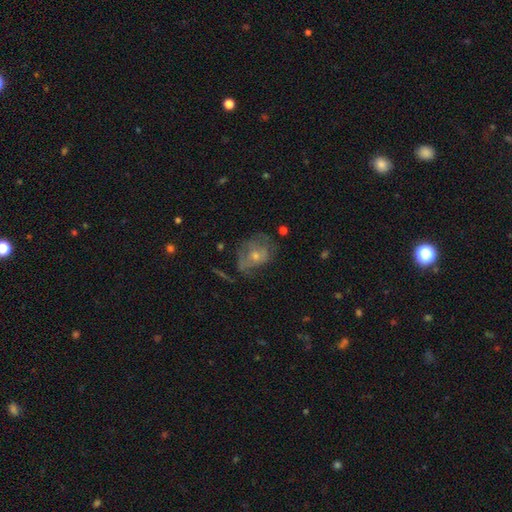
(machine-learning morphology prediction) A featured or disk galaxy (53%) with no bar (79%), spiral arms (52%) and a small central bulge (49%).

Vote fractions:
- Smooth or featured? featured or disk: 53% / smooth: 32% / star or artifact: 15%
- Edge-on disk? no: 95% / yes: 5%
- Bar? no: 79% / weak: 18% / strong: 4%
- Spiral arms? yes: 52% / no: 48%
- Bulge size? small: 49% / moderate: 45% / none: 3% / large: 2% / dominant: 1%
- Merging? none: 49% / minor disturbance: 26% / major disturbance: 22% / merger: 4%